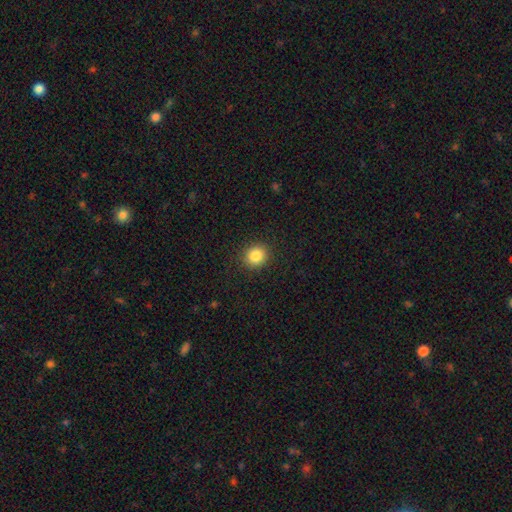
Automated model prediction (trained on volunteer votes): Overall: smooth (85%). How rounded: round (83%). Merging: none (90%).